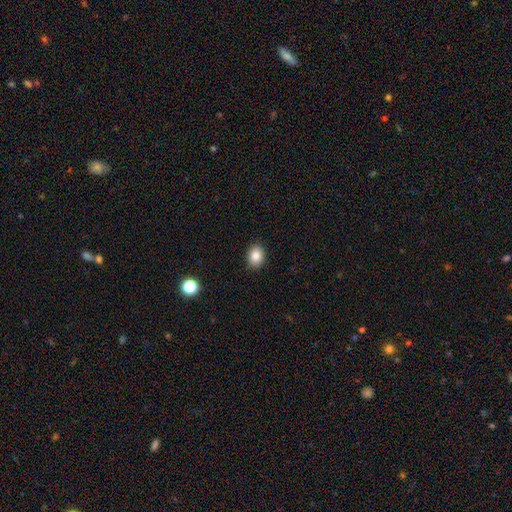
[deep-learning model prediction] smooth 84%, star or artifact 10%, featured or disk 6%. Down the decision tree: how rounded — in between (54%); merging — none (89%).